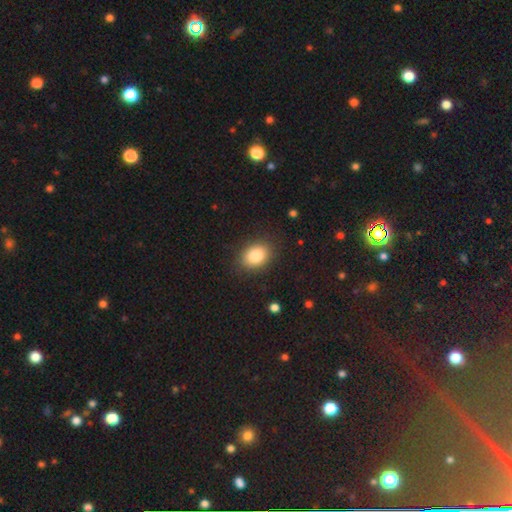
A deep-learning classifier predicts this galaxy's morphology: smooth-or-featured: smooth: 85% | star or artifact: 9% | featured or disk: 7%
  how-rounded: in between: 72% | round: 26% | cigar-shaped: 1%
  merging: none: 86% | minor disturbance: 10% | major disturbance: 3% | merger: 1%